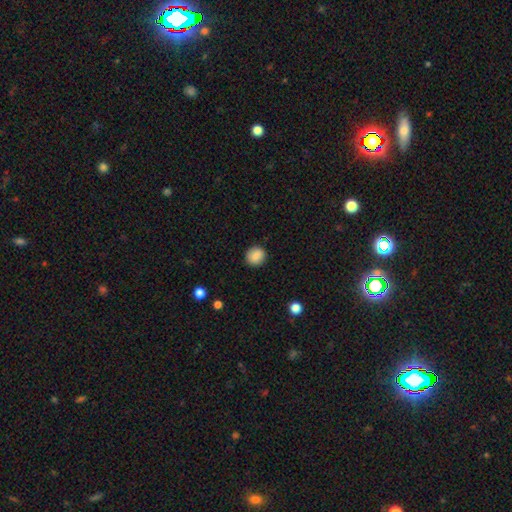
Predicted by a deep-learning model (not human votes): Smooth or featured: smooth — 87% (star or artifact — 8%)
How rounded: round — 86% (in between — 14%)
Merging: none — 90% (minor disturbance — 7%)